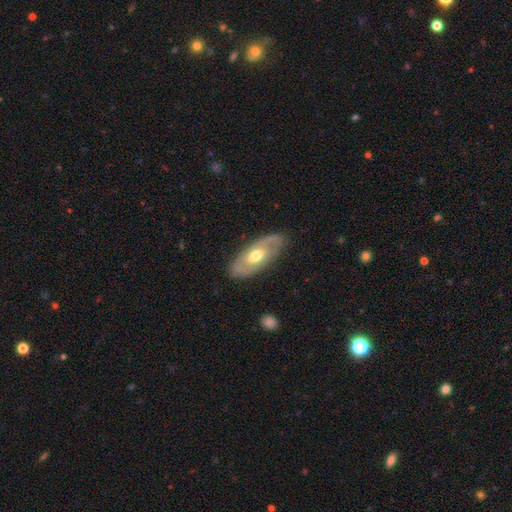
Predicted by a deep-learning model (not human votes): A featured or disk galaxy (62%) with no bar (60%), no spiral arms (51%) and a moderate central bulge (72%). Merging: none (84%).